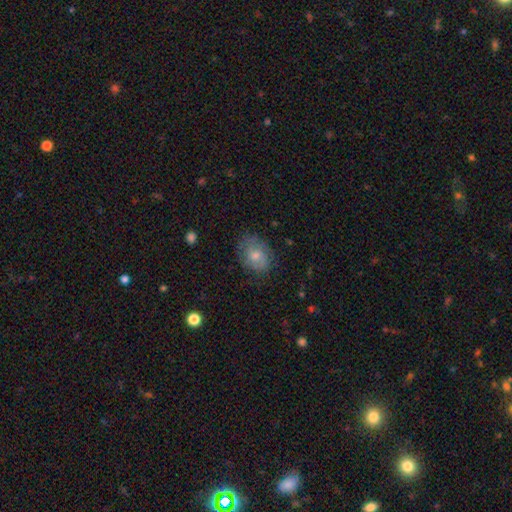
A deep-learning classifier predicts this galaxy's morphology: smooth_or_featured: smooth (p=0.49) [alt: featured or disk p=0.40]
merging: none (p=0.73) [alt: minor disturbance p=0.19]